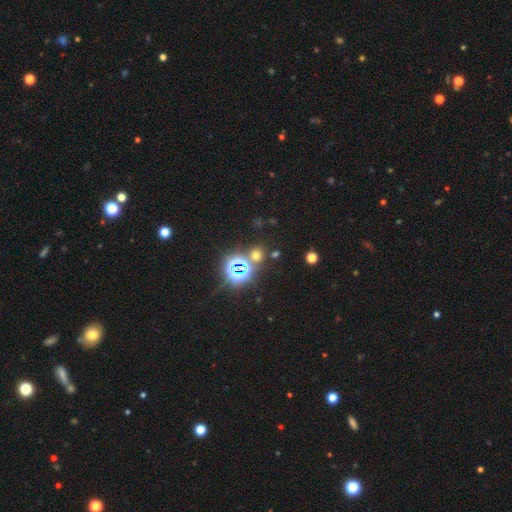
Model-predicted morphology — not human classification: Smooth or featured? Predicted: smooth (p=0.49). Merging? Predicted: none (p=0.79).